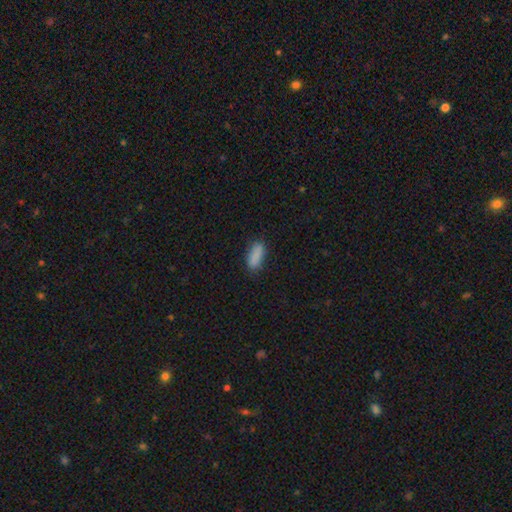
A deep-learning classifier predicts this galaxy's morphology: The model was most divided on "how rounded": in between: 77%, cigar-shaped: 20%, round: 3%. More confident: smooth or featured — smooth (87%); merging — none (80%).